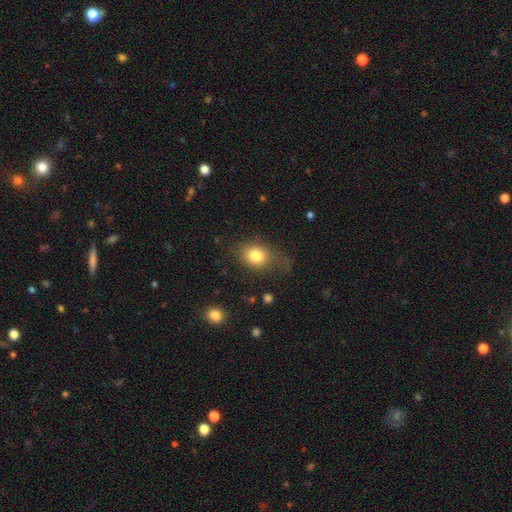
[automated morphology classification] Overall: smooth (79%). How rounded: round (52%; in between 47%). Merging: none (56%; minor disturbance 24%).